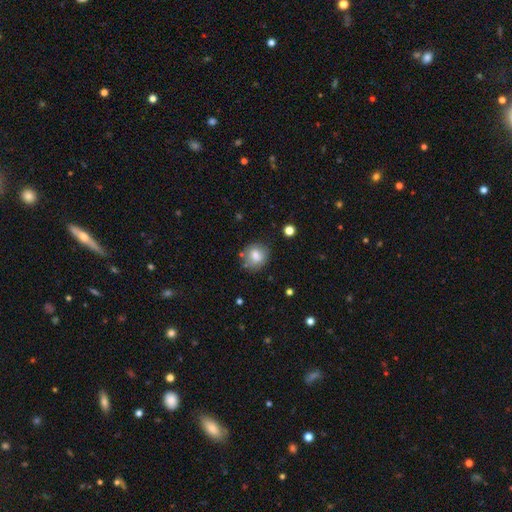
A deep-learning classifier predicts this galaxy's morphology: smooth 76%, featured or disk 14%, star or artifact 9%. Down the decision tree: how rounded — round (73%); merging — none (75%).